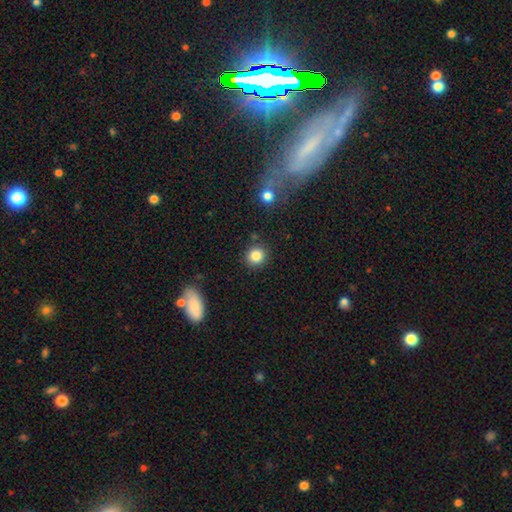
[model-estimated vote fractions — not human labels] This appears to be a smooth galaxy with no disk features (85%) that is round (90%). Merging: none (88%).